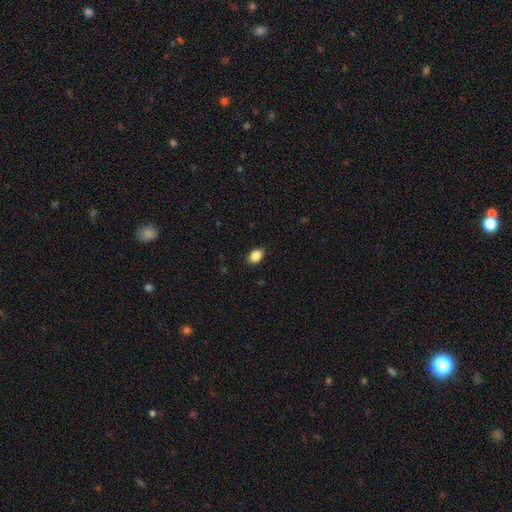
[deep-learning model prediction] smooth 87%, star or artifact 8%, featured or disk 5%. Down the decision tree: how rounded — in between (83%); merging — none (88%).